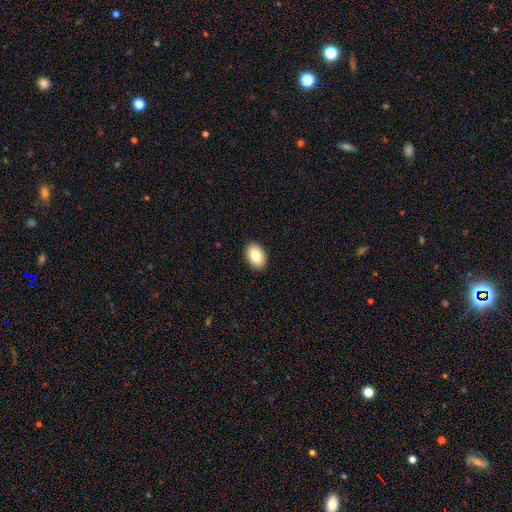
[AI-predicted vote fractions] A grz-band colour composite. It shows a smooth galaxy with no disk features (82%) that is in between round and cigar-shaped (83%). Merging: none (91%).